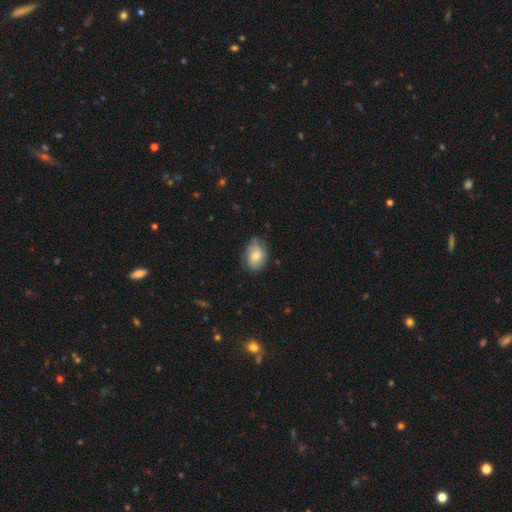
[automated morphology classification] This is likely a smooth galaxy (61%). How rounded: likely in between (73%). Merging: likely none (64%).